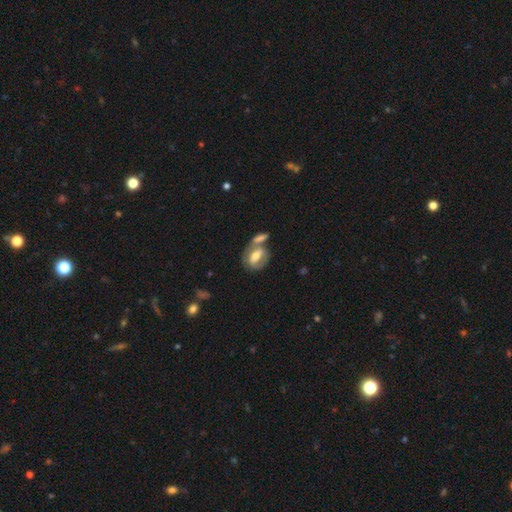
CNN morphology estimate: Smooth or featured?
  - smooth: 47% *
  - featured or disk: 46%
  - star or artifact: 7%
Merging?
  - merger: 40% *
  - none: 38%
  - minor disturbance: 14%
  - major disturbance: 8%